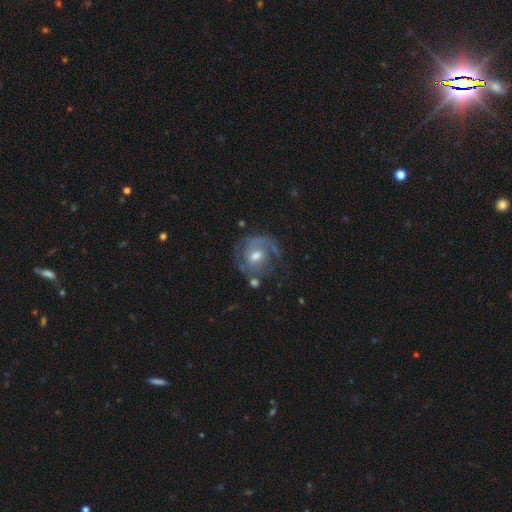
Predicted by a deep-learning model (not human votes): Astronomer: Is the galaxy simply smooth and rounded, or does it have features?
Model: featured or disk — 78%.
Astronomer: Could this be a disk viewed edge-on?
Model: no — 97%.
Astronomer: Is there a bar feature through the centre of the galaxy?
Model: weak — 46% (runner-up: no, 44%).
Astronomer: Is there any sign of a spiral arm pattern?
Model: yes — 90%.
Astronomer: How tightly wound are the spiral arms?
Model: medium — 43% (runner-up: tight, 40%).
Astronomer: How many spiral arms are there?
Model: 2 — 51%.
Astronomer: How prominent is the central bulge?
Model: moderate — 69%.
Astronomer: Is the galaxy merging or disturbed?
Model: none — 62%.